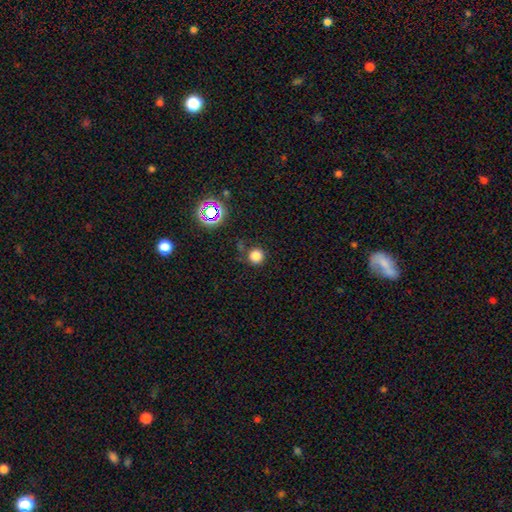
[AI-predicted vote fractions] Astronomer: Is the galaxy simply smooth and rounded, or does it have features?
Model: smooth — 78%.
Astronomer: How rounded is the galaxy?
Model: round — 95%.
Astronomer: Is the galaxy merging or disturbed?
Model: none — 80%.